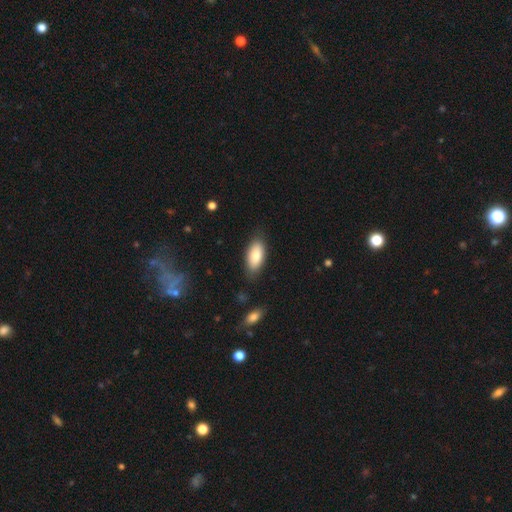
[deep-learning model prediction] This appears to be a smooth galaxy with no disk features (82%) that is in between round and cigar-shaped (89%). Merging: none (82%).